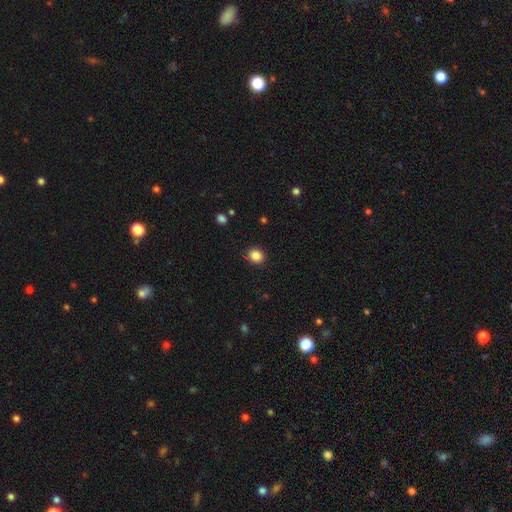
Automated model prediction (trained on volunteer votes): The model was most divided on "how rounded": round: 74%, in between: 25%, cigar-shaped: 1%. More confident: merging — none (89%); smooth or featured — smooth (86%).